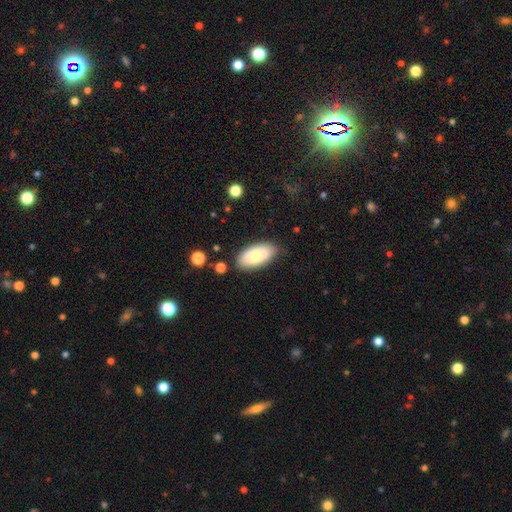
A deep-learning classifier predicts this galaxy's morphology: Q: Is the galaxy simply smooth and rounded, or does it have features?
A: smooth — 76%.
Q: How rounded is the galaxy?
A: in between — 93%.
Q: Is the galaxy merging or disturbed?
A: none — 80%.